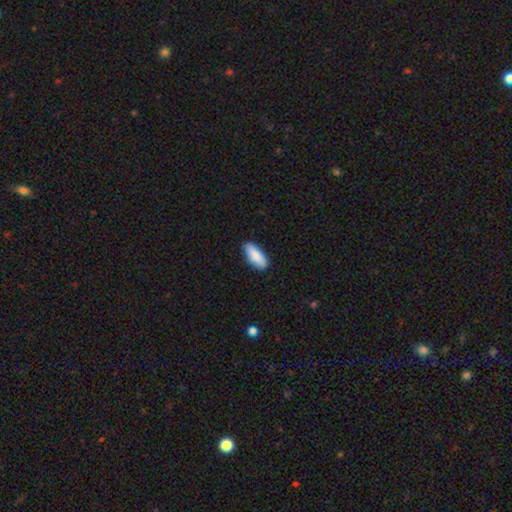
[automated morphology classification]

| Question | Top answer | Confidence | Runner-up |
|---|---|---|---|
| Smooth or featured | smooth | 83% | featured or disk (11%) |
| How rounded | in between | 74% | cigar-shaped (24%) |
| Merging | none | 86% | minor disturbance (11%) |